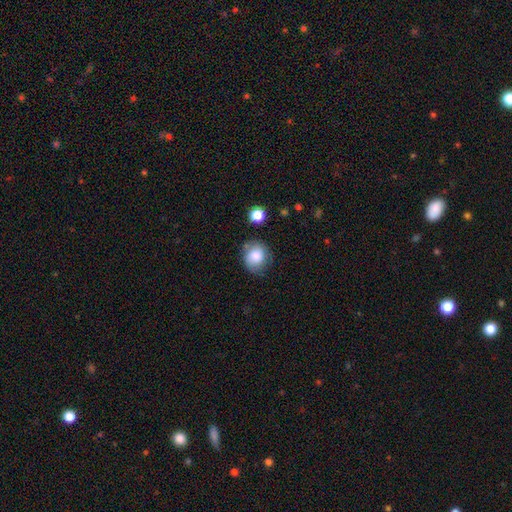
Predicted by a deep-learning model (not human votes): This is likely a smooth galaxy (78%). How rounded: likely round (80%). Merging: likely none (72%).